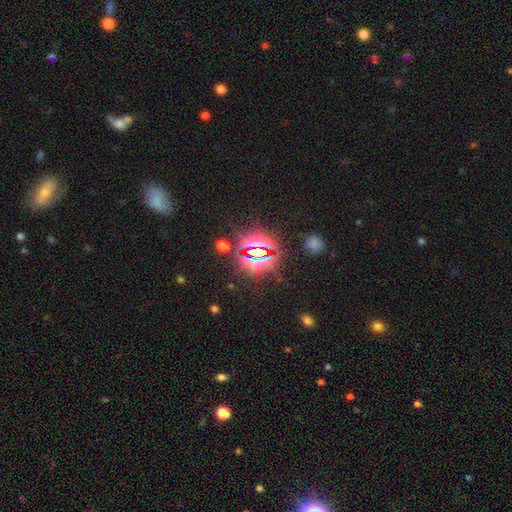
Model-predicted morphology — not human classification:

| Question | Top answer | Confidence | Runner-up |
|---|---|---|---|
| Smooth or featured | star or artifact | 77% | smooth (14%) |